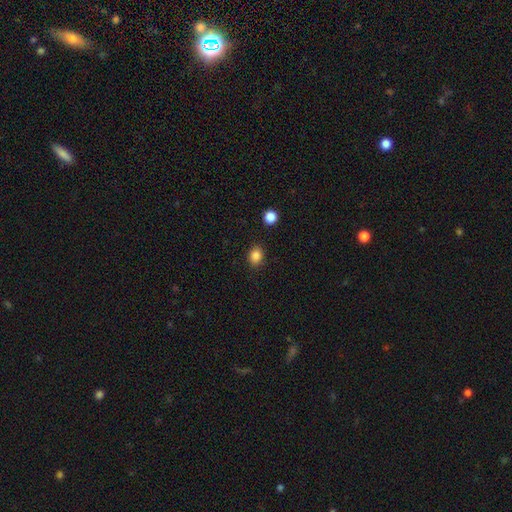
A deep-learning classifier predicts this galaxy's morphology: Smooth or featured: smooth — 85% (star or artifact — 11%)
How rounded: round — 50% (in between — 49%)
Merging: none — 85% (minor disturbance — 10%)